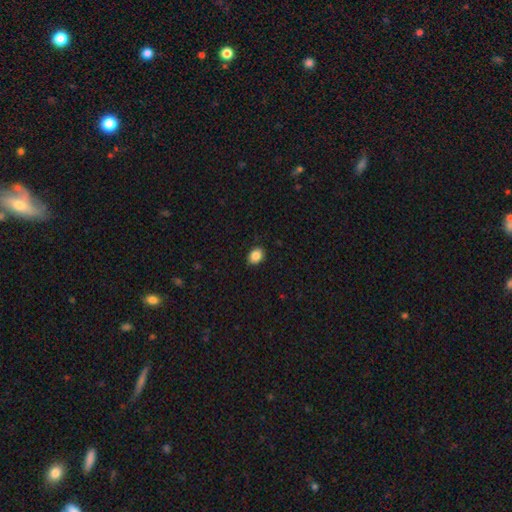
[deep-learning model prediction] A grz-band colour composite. It shows a smooth galaxy with no disk features (87%) that is in between round and cigar-shaped (59%). Merging: none (89%).